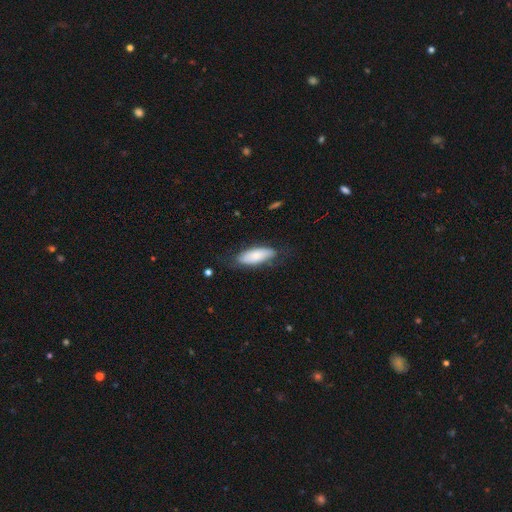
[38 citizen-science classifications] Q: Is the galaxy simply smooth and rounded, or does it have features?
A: smooth — 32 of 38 (84%).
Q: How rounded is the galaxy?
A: in between — 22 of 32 (69%).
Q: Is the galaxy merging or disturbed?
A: none — 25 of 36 (69%).